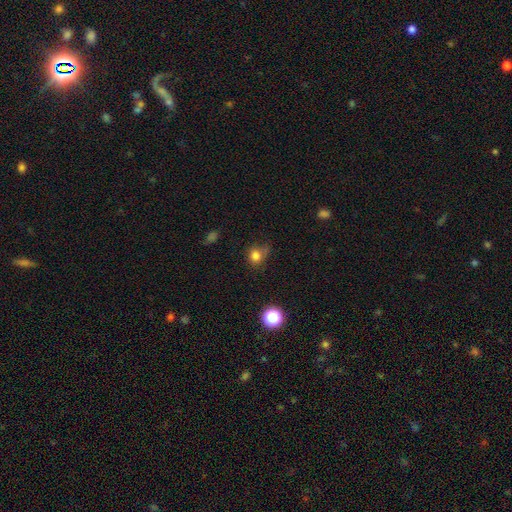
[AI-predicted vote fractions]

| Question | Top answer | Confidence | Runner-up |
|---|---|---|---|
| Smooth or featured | smooth | 79% | star or artifact (14%) |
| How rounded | round | 78% | in between (21%) |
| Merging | none | 51% | minor disturbance (30%) |